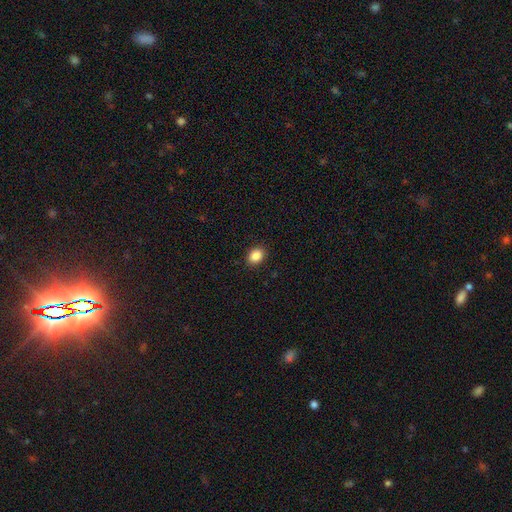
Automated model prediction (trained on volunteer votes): A smooth galaxy with no disk features (88%) that is in between round and cigar-shaped (60%).

Vote fractions:
- Smooth or featured? smooth: 88% / star or artifact: 9% / featured or disk: 4%
- How rounded? in between: 60% / round: 39% / cigar-shaped: 1%
- Merging? none: 90% / minor disturbance: 7% / major disturbance: 2% / merger: 1%